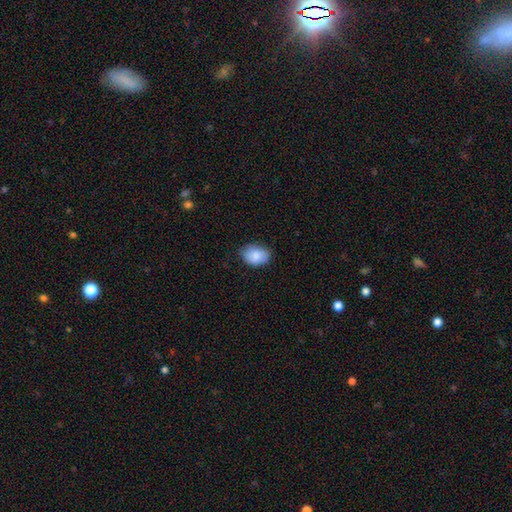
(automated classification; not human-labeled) Smooth or featured? Predicted: smooth (p=0.86). How rounded? Predicted: in between (p=0.74). Merging? Predicted: none (p=0.78).